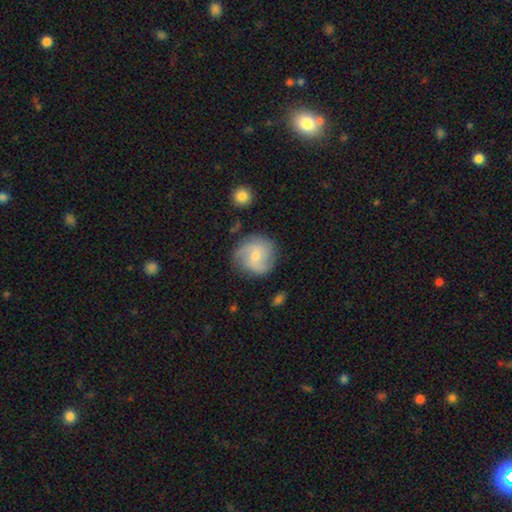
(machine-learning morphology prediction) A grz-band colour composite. It shows a featured or disk galaxy (57%) with no bar (53%), spiral arms (89%) and a small central bulge (54%). Merging: none (76%).